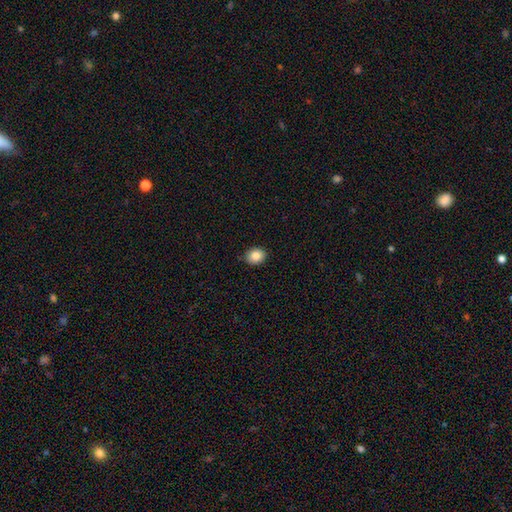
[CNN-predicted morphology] smooth-or-featured: smooth: 86% | star or artifact: 9% | featured or disk: 5%
  how-rounded: round: 55% | in between: 44% | cigar-shaped: 1%
  merging: none: 89% | minor disturbance: 9% | major disturbance: 2% | merger: 1%